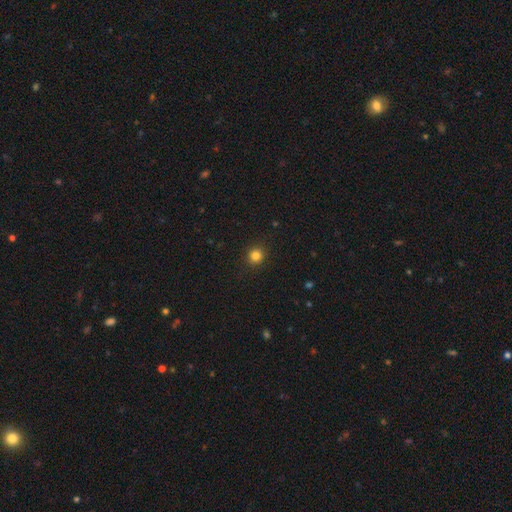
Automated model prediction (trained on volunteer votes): A smooth galaxy with no disk features (82%) that is round (90%). Merging: none (91%).